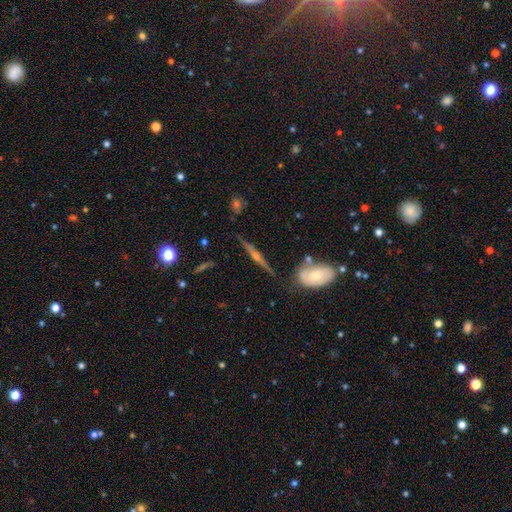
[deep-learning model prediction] This is likely a featured or disk galaxy (78%). It is clearly viewed edge-on (96%). Edge-on bulge: clearly rounded (89%). Merging: clearly none (82%).